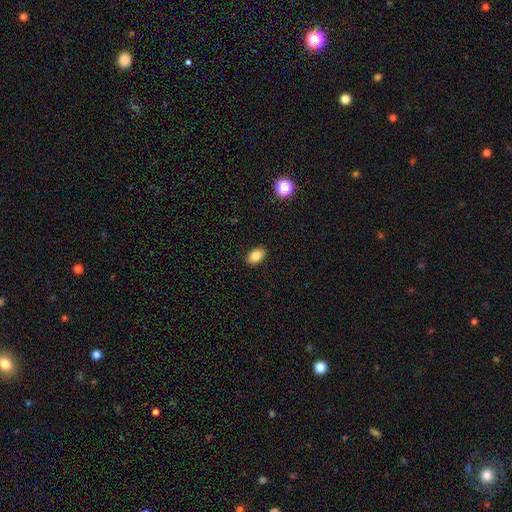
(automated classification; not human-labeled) smooth-or-featured: smooth: 84% | star or artifact: 9% | featured or disk: 7%
  how-rounded: in between: 88% | round: 11% | cigar-shaped: 2%
  merging: none: 89% | minor disturbance: 8% | major disturbance: 2% | merger: 1%